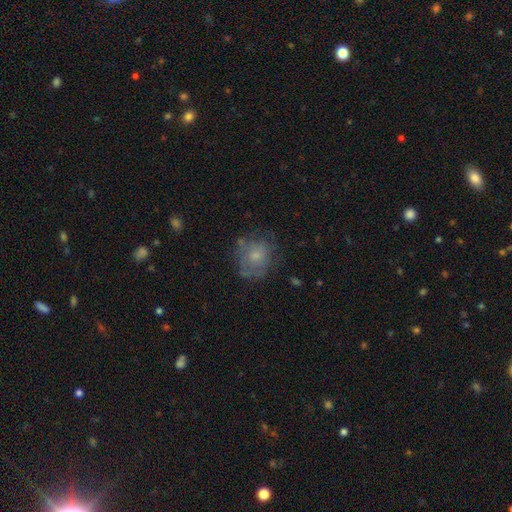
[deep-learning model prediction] Smooth or featured? smooth (58%)
How rounded? round (69%)
Merging? none (57%)